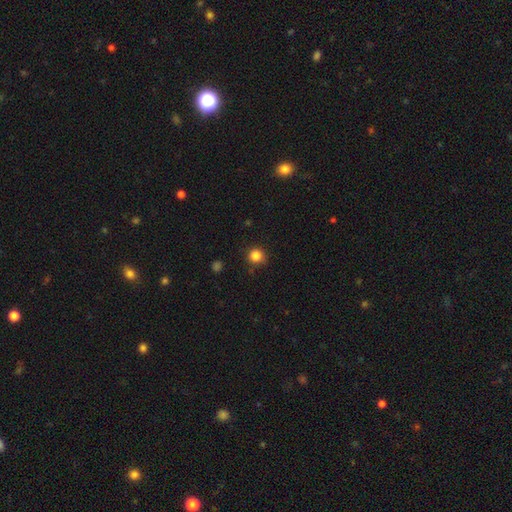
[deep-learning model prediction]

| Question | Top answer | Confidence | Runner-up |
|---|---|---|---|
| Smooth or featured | smooth | 84% | star or artifact (12%) |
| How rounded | round | 92% | in between (7%) |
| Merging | none | 85% | minor disturbance (11%) |